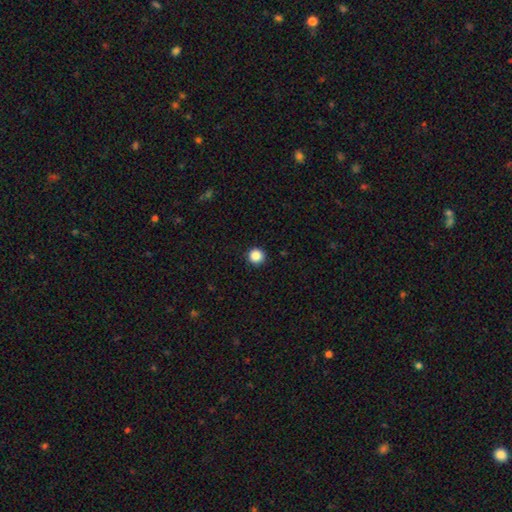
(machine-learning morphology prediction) Smooth or featured: smooth — 87% (star or artifact — 10%)
How rounded: round — 96% (in between — 3%)
Merging: none — 93% (minor disturbance — 5%)